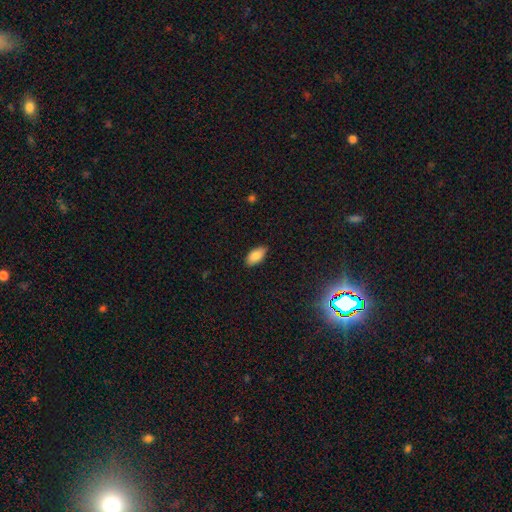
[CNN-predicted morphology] Smooth or featured: smooth — 86% (star or artifact — 7%)
How rounded: in between — 93% (cigar-shaped — 4%)
Merging: none — 86% (minor disturbance — 11%)